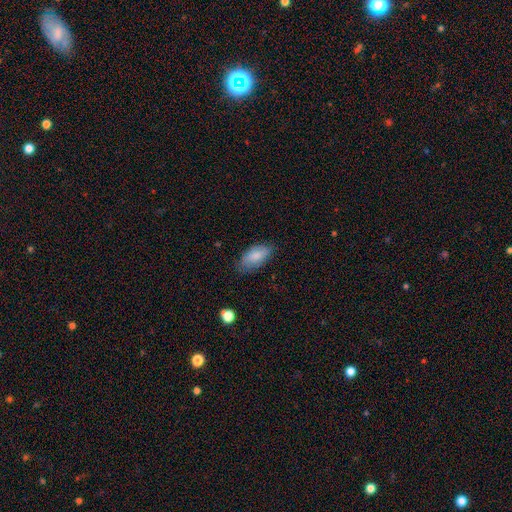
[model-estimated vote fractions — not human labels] Overall: smooth (80%). How rounded: in between (92%). Merging: none (72%).